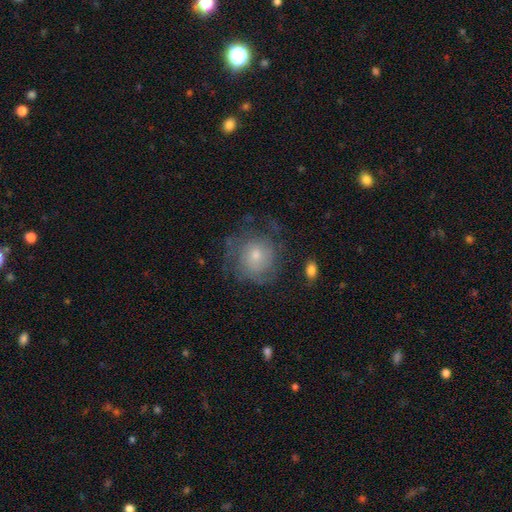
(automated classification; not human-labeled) The model was most divided on "bulge size": small: 47%, moderate: 45%, large: 4%, none: 2%, dominant: 1%. More confident: edge-on disk — no (97%); bar — no (80%); spiral arms — yes (78%); merging — none (65%); smooth or featured — featured or disk (55%).